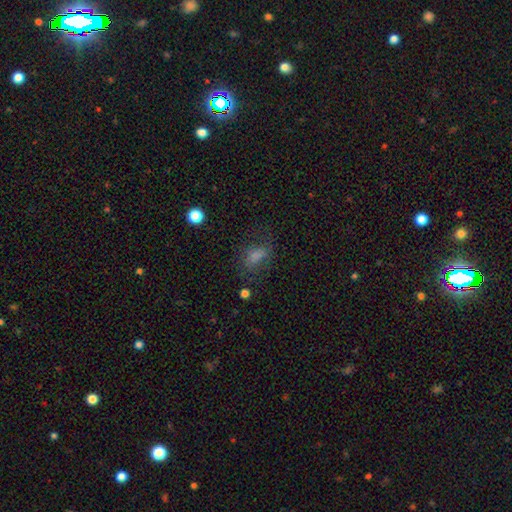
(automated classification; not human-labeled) smooth_or_featured: smooth (p=0.63) [alt: star or artifact p=0.21]
how_rounded: in between (p=0.75) [alt: round p=0.16]
merging: none (p=0.62) [alt: minor disturbance p=0.20]